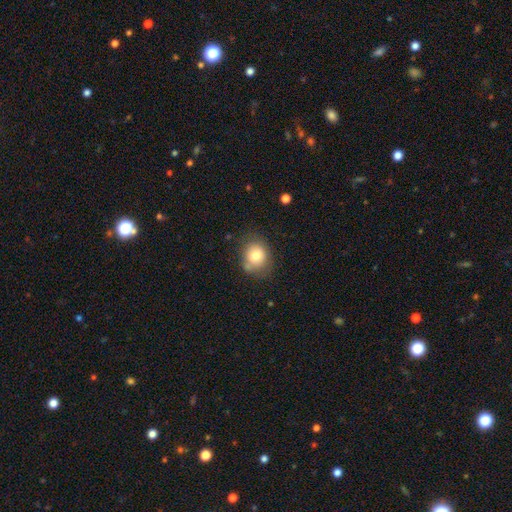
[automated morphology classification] smooth-or-featured: smooth: 78% | featured or disk: 12% | star or artifact: 10%
  how-rounded: round: 67% | in between: 32% | cigar-shaped: 1%
  merging: none: 70% | minor disturbance: 20% | major disturbance: 5% | merger: 5%